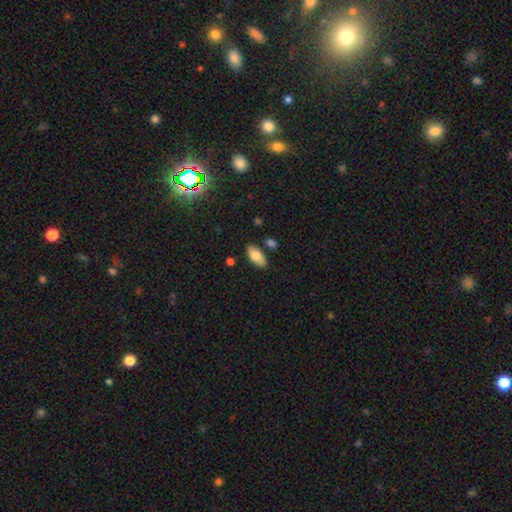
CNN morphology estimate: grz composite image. It shows a smooth galaxy with no disk features (78%) that is in between round and cigar-shaped (92%). Merging: none (82%).